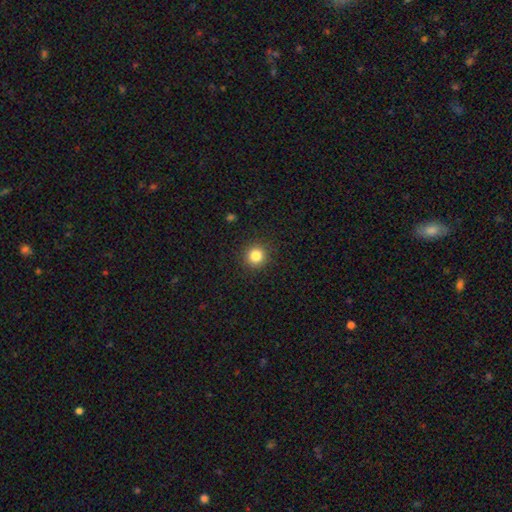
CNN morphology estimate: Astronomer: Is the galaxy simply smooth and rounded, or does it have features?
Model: smooth — 84%.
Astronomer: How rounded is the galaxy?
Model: round — 94%.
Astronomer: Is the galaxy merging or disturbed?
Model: none — 91%.